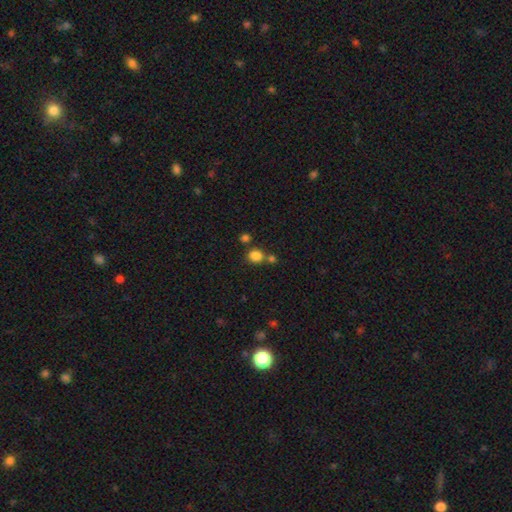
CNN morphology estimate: This is clearly a smooth galaxy (83%). How rounded: likely round (74%). Merging: likely none (63%).